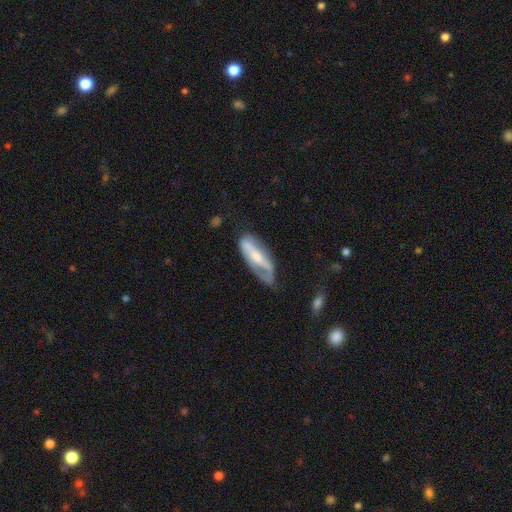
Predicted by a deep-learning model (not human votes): Q: Smooth or featured?
A: featured or disk (62%); runner-up: smooth (32%)
Q: Edge-on disk?
A: no (79%); runner-up: yes (21%)
Q: Merging?
A: none (47%); runner-up: minor disturbance (29%)